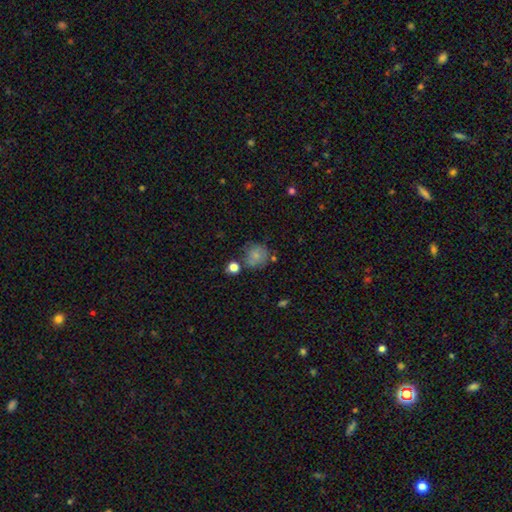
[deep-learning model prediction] Smooth or featured? Predicted: smooth (p=0.76). How rounded? Predicted: round (p=0.84). Merging? Predicted: none (p=0.63).